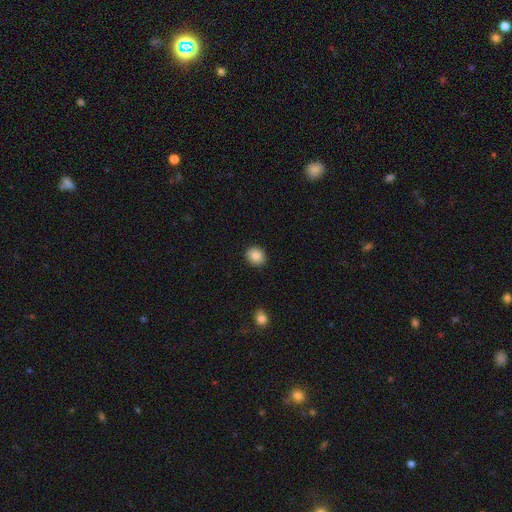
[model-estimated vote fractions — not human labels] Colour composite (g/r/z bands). It shows a smooth galaxy with no disk features (87%) that is round (70%). Merging: none (91%).